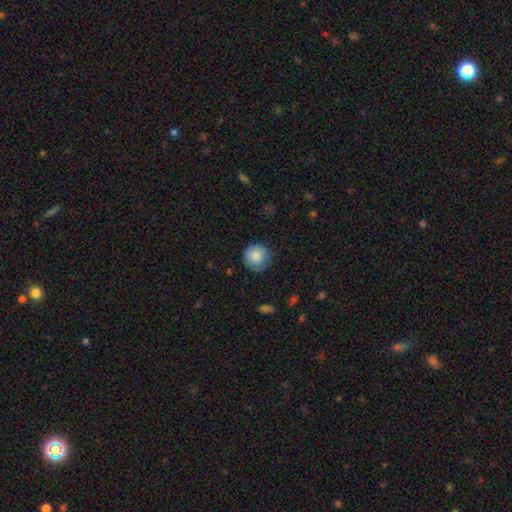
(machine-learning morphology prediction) Smooth or featured?
  - smooth: 87% *
  - star or artifact: 8%
  - featured or disk: 6%
How rounded?
  - round: 94% *
  - in between: 6%
  - cigar-shaped: 1%
Merging?
  - none: 77% *
  - minor disturbance: 18%
  - major disturbance: 4%
  - merger: 1%